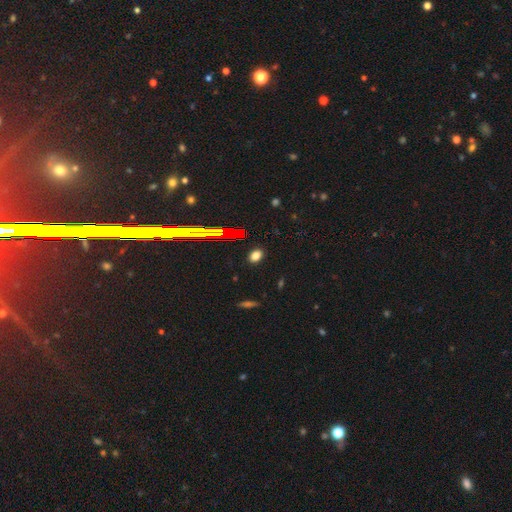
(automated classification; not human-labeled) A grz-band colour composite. It shows a smooth galaxy with no disk features (76%) that is in between round and cigar-shaped (73%). Merging: none (87%).